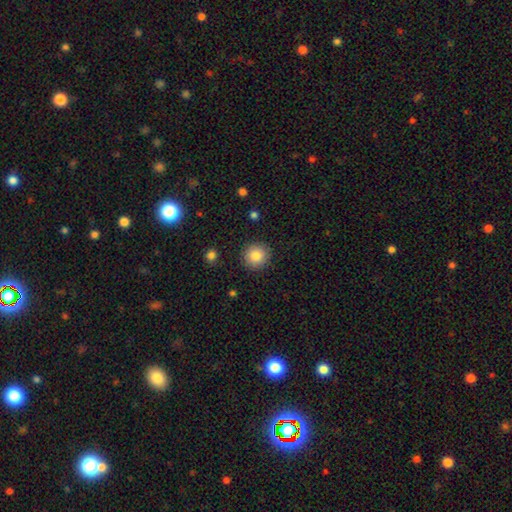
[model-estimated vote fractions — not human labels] A smooth galaxy with no disk features (83%) that is round (93%). Merging: none (90%).